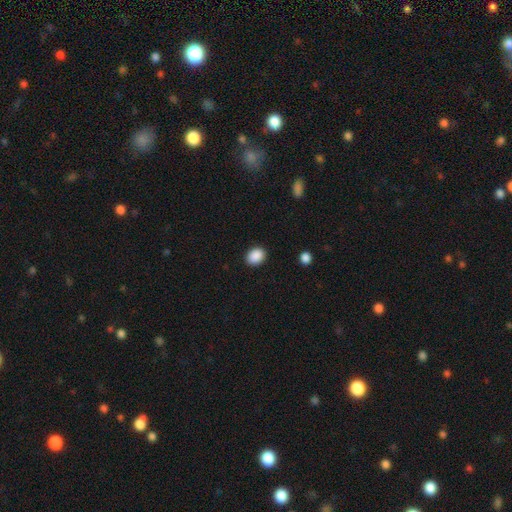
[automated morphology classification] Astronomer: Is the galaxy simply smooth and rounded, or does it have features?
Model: smooth — 89%.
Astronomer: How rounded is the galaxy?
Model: in between — 57% (runner-up: round, 42%).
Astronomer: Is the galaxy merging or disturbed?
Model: none — 89%.